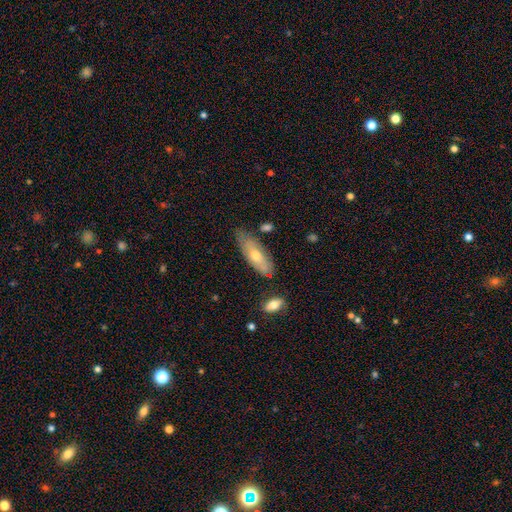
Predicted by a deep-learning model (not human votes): Smooth or featured: smooth — 59% (featured or disk — 34%)
How rounded: in between — 66% (cigar-shaped — 32%)
Merging: none — 67% (minor disturbance — 23%)